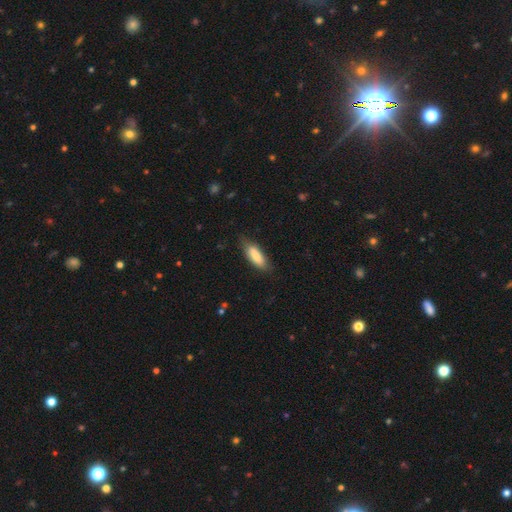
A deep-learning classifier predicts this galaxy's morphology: Smooth or featured? Predicted: smooth (p=0.81). How rounded? Predicted: in between (p=0.64). Merging? Predicted: none (p=0.76).